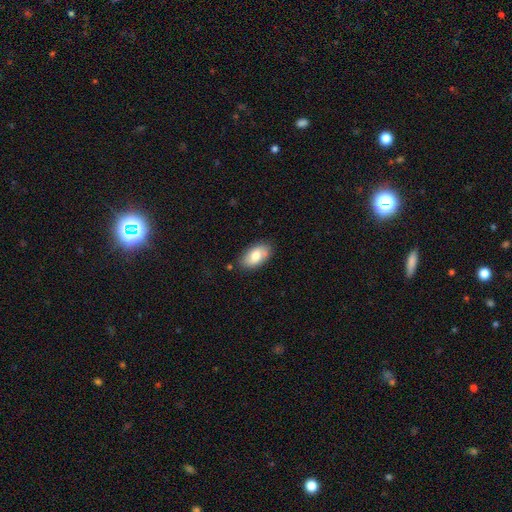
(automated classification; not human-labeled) Q: Smooth or featured?
A: smooth (70%); runner-up: featured or disk (23%)
Q: How rounded?
A: in between (94%); runner-up: round (4%)
Q: Merging?
A: none (78%); runner-up: minor disturbance (16%)